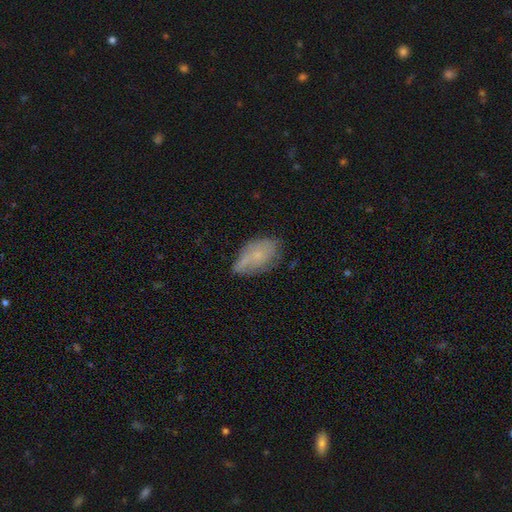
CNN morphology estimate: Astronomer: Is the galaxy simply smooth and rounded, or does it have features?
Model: smooth — 56% (runner-up: featured or disk, 35%).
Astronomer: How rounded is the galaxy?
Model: in between — 90%.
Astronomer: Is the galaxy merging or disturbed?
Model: none — 50% (runner-up: minor disturbance, 34%).